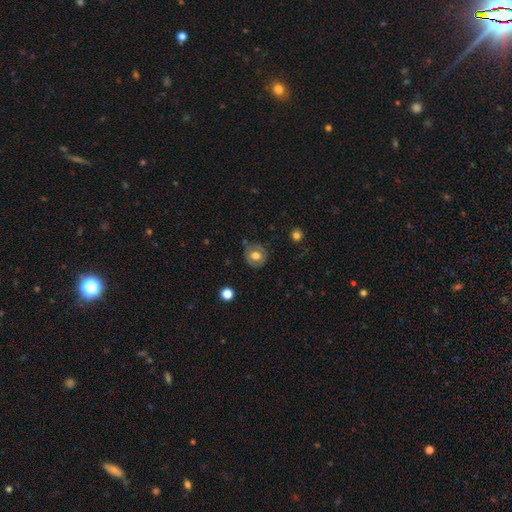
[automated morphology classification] type=smooth (64%); roundness=round (83%); merging=none (79%).